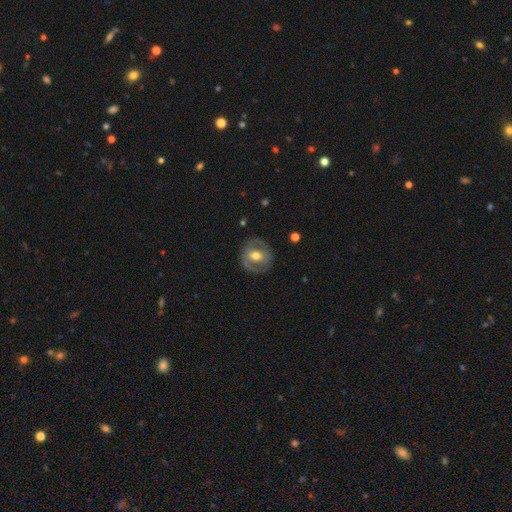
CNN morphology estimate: smooth_or_featured: featured or disk (p=0.60) [alt: smooth p=0.34]
disk_edge_on: no (p=0.95) [alt: yes p=0.05]
bar: no (p=0.38) [tied with: weak p=0.38]
has_spiral_arms: no (p=0.60) [alt: yes p=0.40]
bulge_size: moderate (p=0.73) [alt: small p=0.14]
merging: none (p=0.81) [alt: minor disturbance p=0.12]